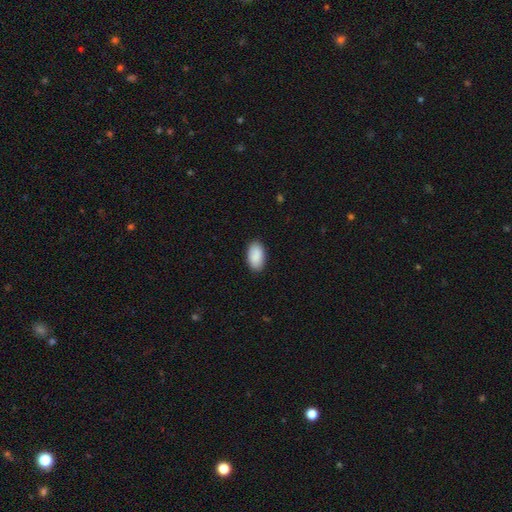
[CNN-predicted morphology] Smooth or featured? smooth (90%)
How rounded? in between (95%)
Merging? none (88%)